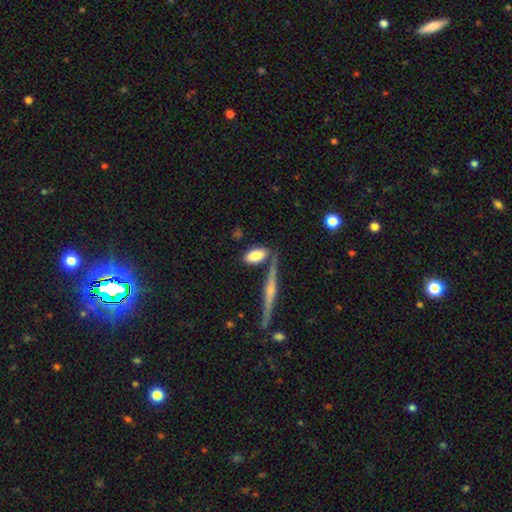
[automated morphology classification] A smooth galaxy with no disk features (80%) that is in between round and cigar-shaped (87%).

Vote fractions:
- Smooth or featured? smooth: 80% / featured or disk: 14% / star or artifact: 6%
- How rounded? in between: 87% / cigar-shaped: 9% / round: 4%
- Merging? none: 66% / minor disturbance: 16% / merger: 13% / major disturbance: 5%